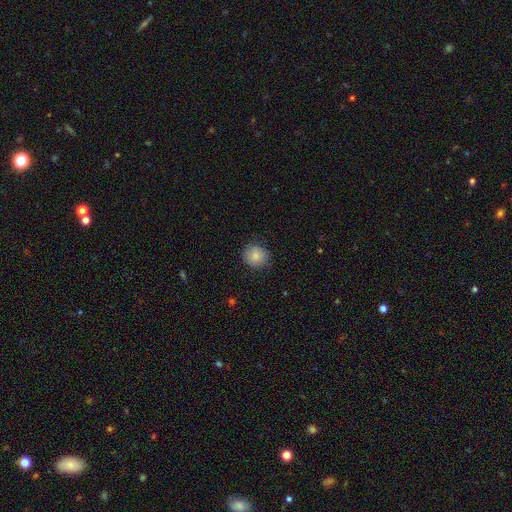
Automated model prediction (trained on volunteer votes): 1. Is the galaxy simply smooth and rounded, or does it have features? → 85% smooth, 9% star or artifact, 6% featured or disk.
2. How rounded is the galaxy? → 88% round, 11% in between, 1% cigar-shaped.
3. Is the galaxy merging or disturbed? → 85% none, 11% minor disturbance, 3% major disturbance, 1% merger.